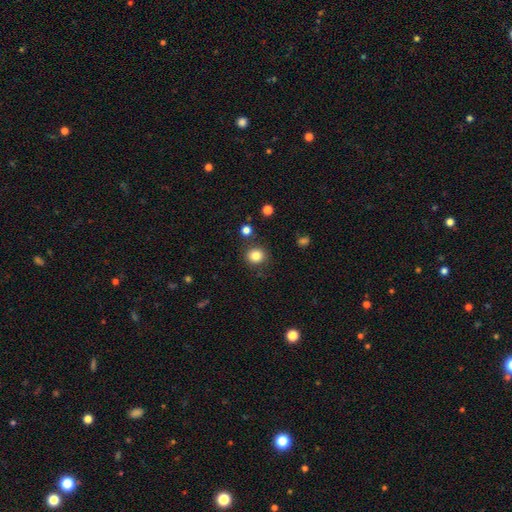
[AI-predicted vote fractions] Smooth or featured? smooth (83%)
How rounded? round (86%)
Merging? none (85%)